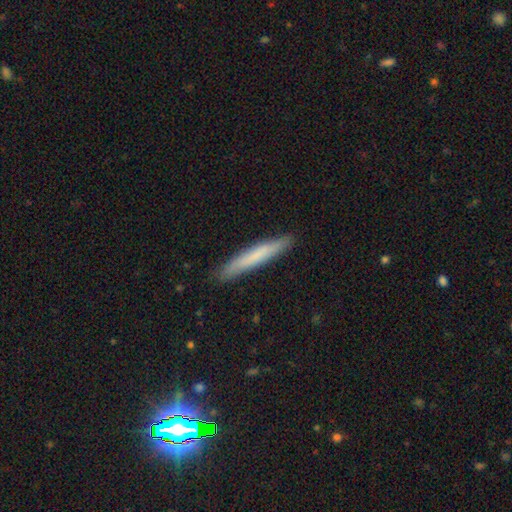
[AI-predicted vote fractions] Smooth or featured? Predicted: smooth (p=0.70). How rounded? Predicted: cigar-shaped (p=0.95). Merging? Predicted: none (p=0.90).